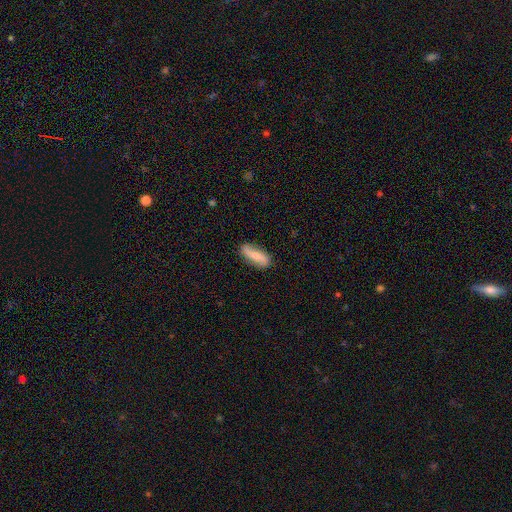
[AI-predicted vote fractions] Morphology: type=smooth (68%); roundness=in between (57%); merging=none (77%).